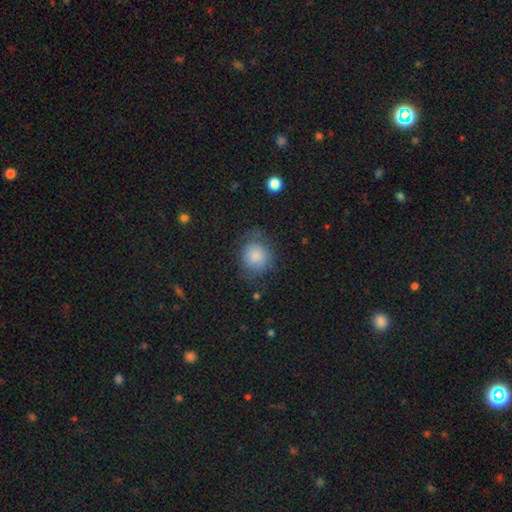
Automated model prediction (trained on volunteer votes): smooth 82%, featured or disk 10%, star or artifact 8%. Down the decision tree: how rounded — round (77%); merging — none (63%).